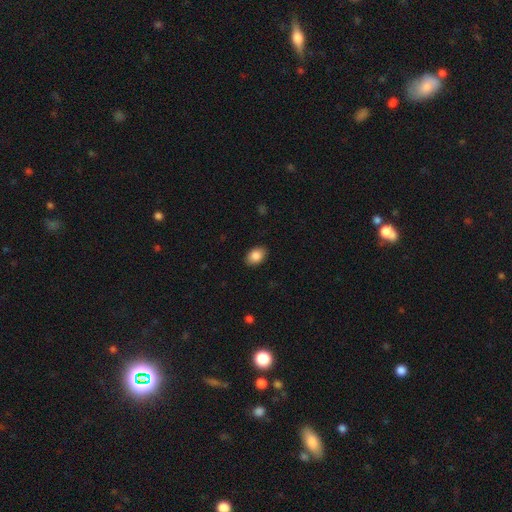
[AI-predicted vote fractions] Smooth or featured: smooth — 87% (star or artifact — 8%)
How rounded: in between — 83% (round — 16%)
Merging: none — 88% (minor disturbance — 9%)